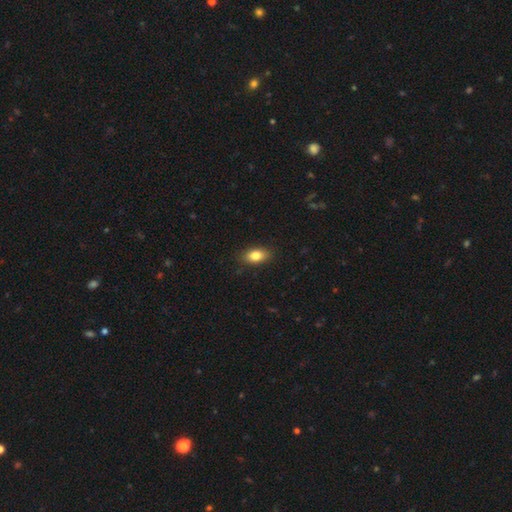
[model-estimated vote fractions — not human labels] Smooth or featured?
  - smooth: 82% *
  - featured or disk: 10%
  - star or artifact: 8%
How rounded?
  - in between: 86% *
  - round: 8%
  - cigar-shaped: 5%
Merging?
  - none: 87% *
  - minor disturbance: 10%
  - major disturbance: 2%
  - merger: 1%